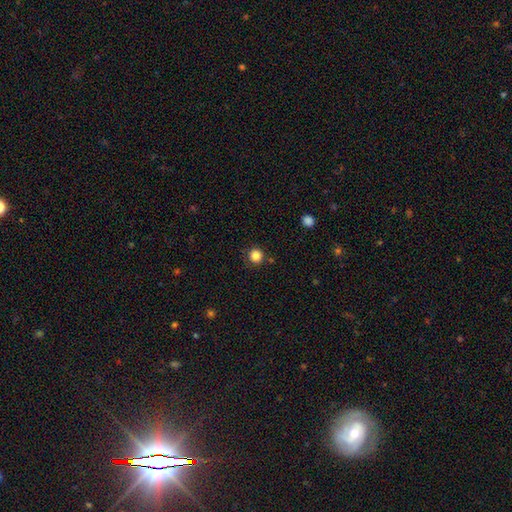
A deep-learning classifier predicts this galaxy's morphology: Smooth or featured? smooth (84%)
How rounded? round (94%)
Merging? none (86%)